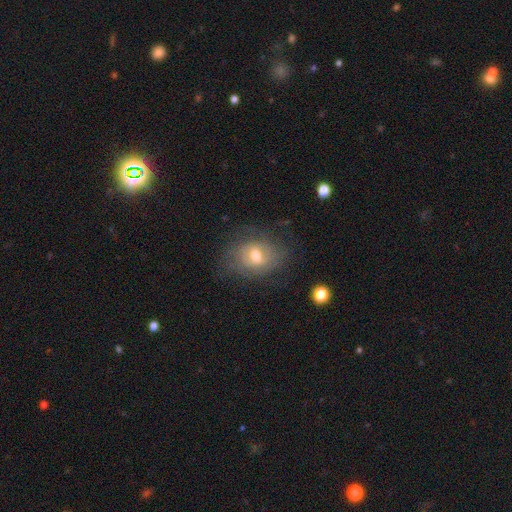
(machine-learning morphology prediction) smooth_or_featured: featured or disk (p=0.51) [alt: smooth p=0.40]
disk_edge_on: no (p=0.95) [alt: yes p=0.05]
merging: none (p=0.64) [alt: minor disturbance p=0.22]